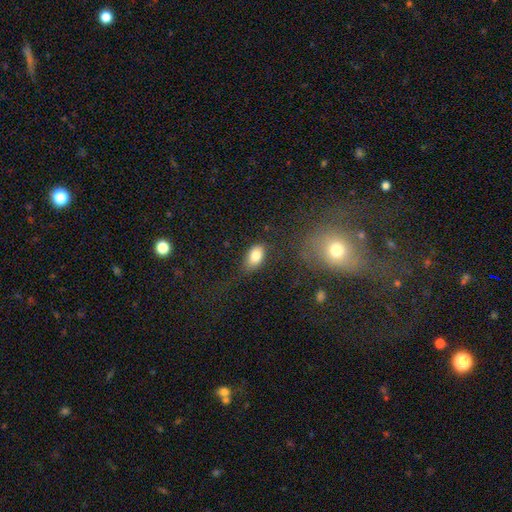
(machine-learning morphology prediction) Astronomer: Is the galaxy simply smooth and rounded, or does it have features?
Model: smooth — 83%.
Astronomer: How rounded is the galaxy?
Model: in between — 90%.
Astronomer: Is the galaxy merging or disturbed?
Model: none — 69%.